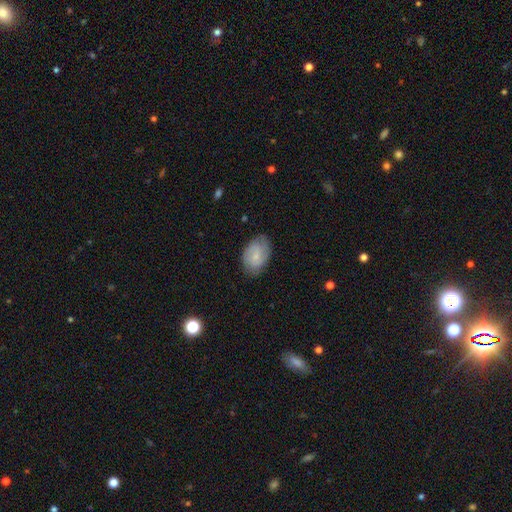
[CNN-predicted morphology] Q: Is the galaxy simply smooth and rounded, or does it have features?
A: smooth — 55%.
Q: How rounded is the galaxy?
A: in between — 88%.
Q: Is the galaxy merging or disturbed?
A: none — 76%.